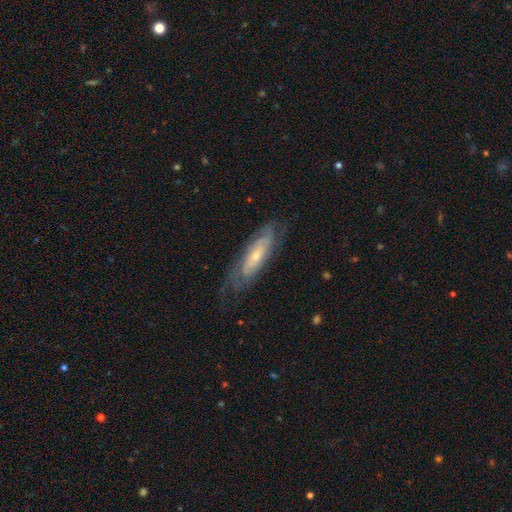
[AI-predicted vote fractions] Morphology: type=featured or disk (67%); edge-on=no (72%); merging=none (68%).